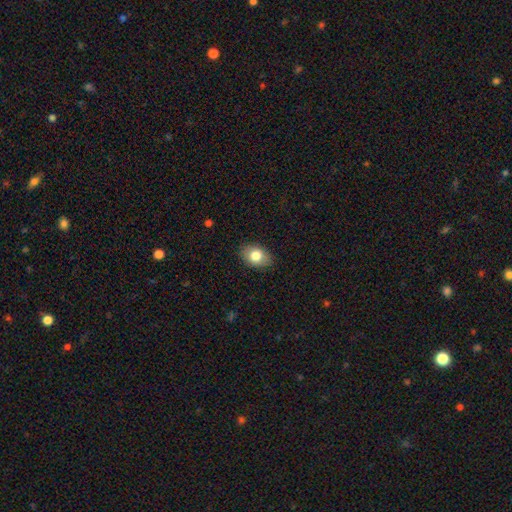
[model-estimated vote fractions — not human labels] Q: Smooth or featured?
A: smooth (81%); runner-up: featured or disk (12%)
Q: How rounded?
A: in between (79%); runner-up: round (20%)
Q: Merging?
A: none (87%); runner-up: minor disturbance (10%)